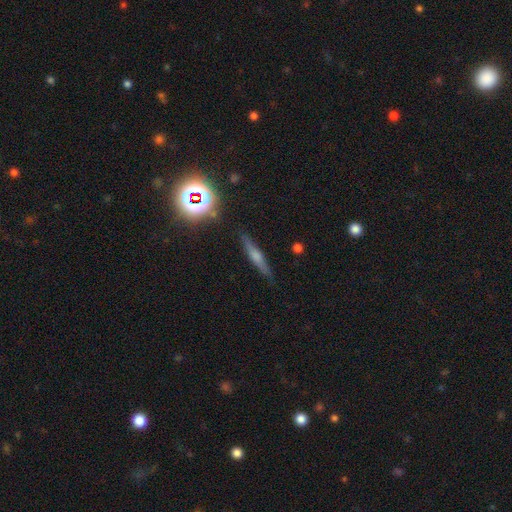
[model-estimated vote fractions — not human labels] Q: Smooth or featured?
A: featured or disk (57%); runner-up: smooth (25%)
Q: Edge-on disk?
A: yes (95%); runner-up: no (5%)
Q: Edge-on bulge?
A: rounded (77%); runner-up: none (13%)
Q: Merging?
A: none (89%); runner-up: minor disturbance (8%)